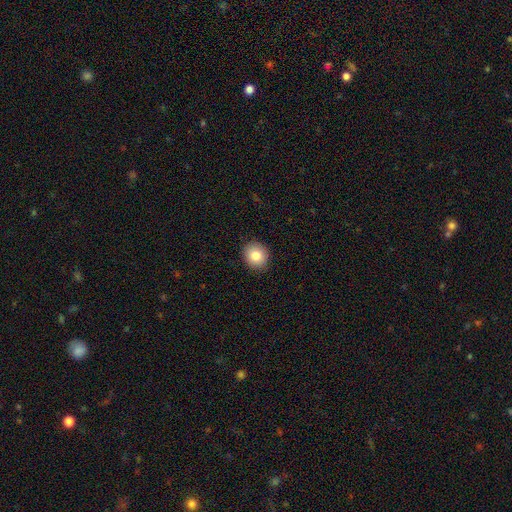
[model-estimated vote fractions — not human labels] Smooth or featured: smooth — 83% (star or artifact — 9%)
How rounded: round — 79% (in between — 20%)
Merging: none — 91% (minor disturbance — 6%)